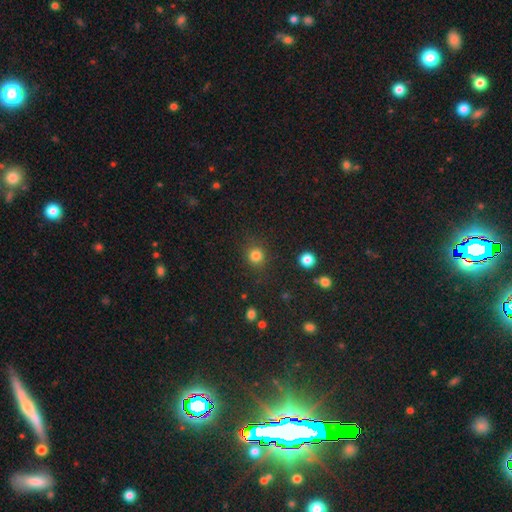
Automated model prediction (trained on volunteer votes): smooth 83%, star or artifact 13%, featured or disk 4%. Down the decision tree: how rounded — round (90%); merging — none (86%).